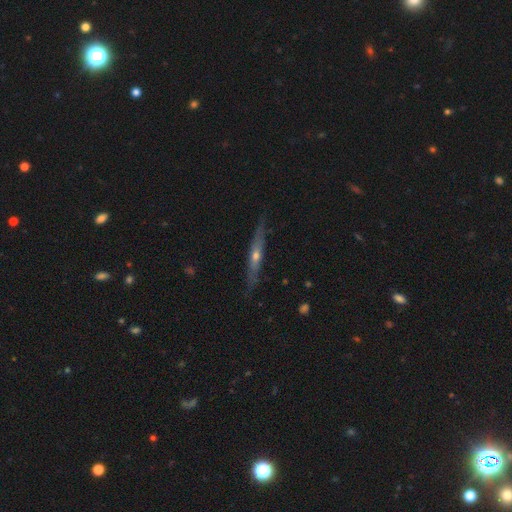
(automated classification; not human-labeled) This is likely a featured or disk galaxy (72%). It is clearly viewed edge-on (94%). Edge-on bulge: clearly rounded (84%). Merging: clearly none (86%).